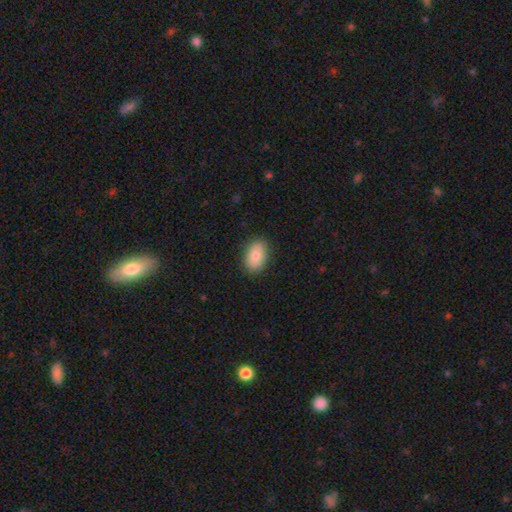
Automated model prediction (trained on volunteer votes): A smooth galaxy with no disk features (82%) that is in between round and cigar-shaped (88%). Merging: none (86%).